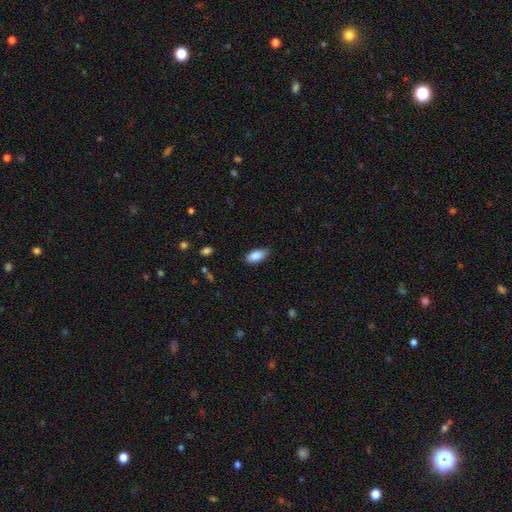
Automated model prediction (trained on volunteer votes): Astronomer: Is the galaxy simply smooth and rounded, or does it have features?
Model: smooth — 87%.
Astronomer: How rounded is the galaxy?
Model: in between — 90%.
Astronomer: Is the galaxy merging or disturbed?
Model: none — 72%.